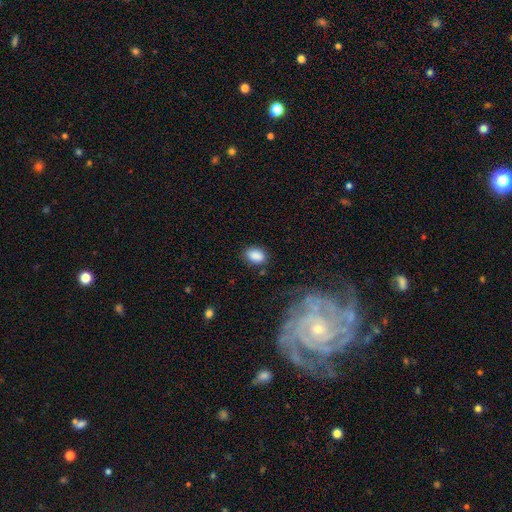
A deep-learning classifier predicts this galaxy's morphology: This is clearly a smooth galaxy (88%). How rounded: clearly in between (86%). Merging: clearly none (81%).